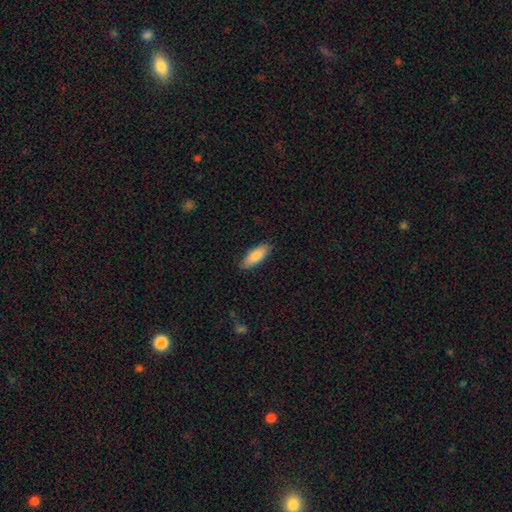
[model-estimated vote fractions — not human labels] Overall: smooth (85%). How rounded: in between (71%). Merging: none (86%).